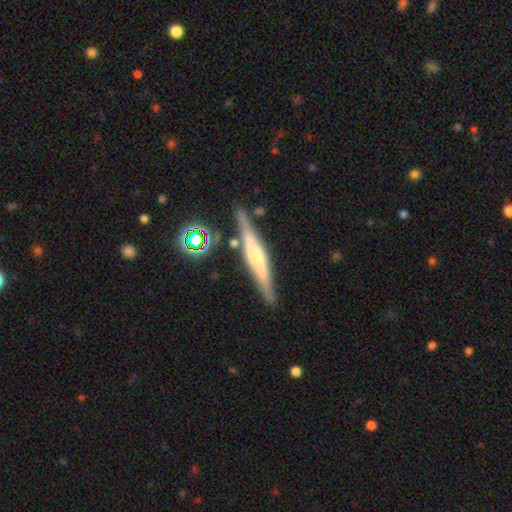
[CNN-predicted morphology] Smooth or featured: featured or disk — 63% (smooth — 29%)
Edge-on disk: yes — 95% (no — 5%)
Edge-on bulge: rounded — 48% (boxy — 37%)
Merging: none — 80% (minor disturbance — 12%)